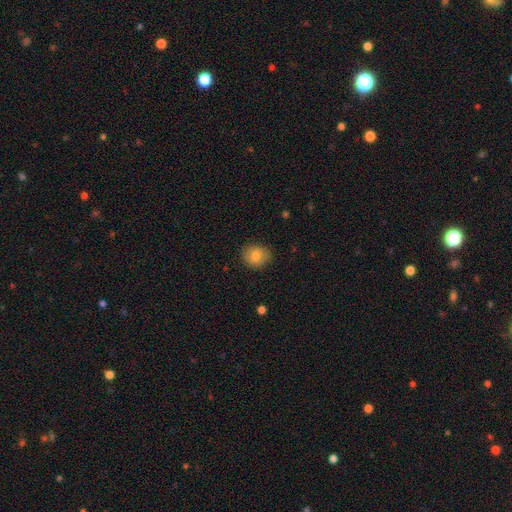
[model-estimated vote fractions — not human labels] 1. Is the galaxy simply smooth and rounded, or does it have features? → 80% smooth, 12% featured or disk, 9% star or artifact.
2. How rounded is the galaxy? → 62% round, 37% in between, 1% cigar-shaped.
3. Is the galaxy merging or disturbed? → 86% none, 10% minor disturbance, 2% major disturbance, 1% merger.